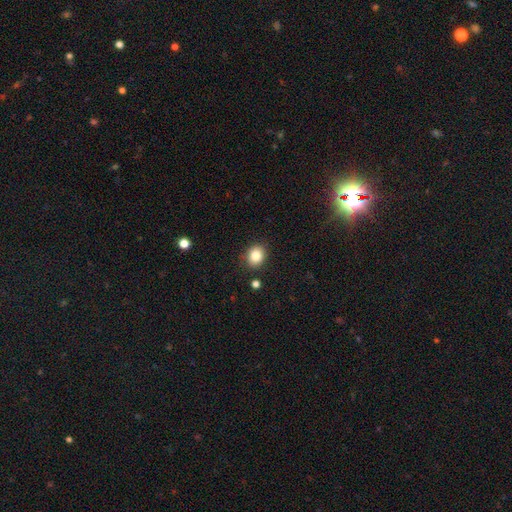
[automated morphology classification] The model was most divided on "how rounded": round: 58%, in between: 41%, cigar-shaped: 1%. More confident: merging — none (86%); smooth or featured — smooth (84%).